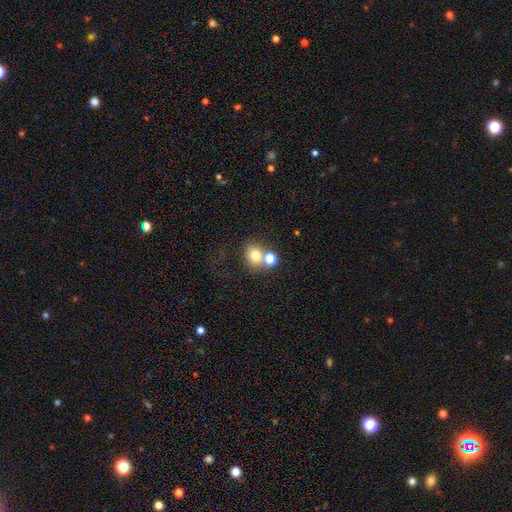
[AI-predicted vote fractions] Smooth or featured? smooth (75%)
How rounded? round (74%)
Merging? none (50%)